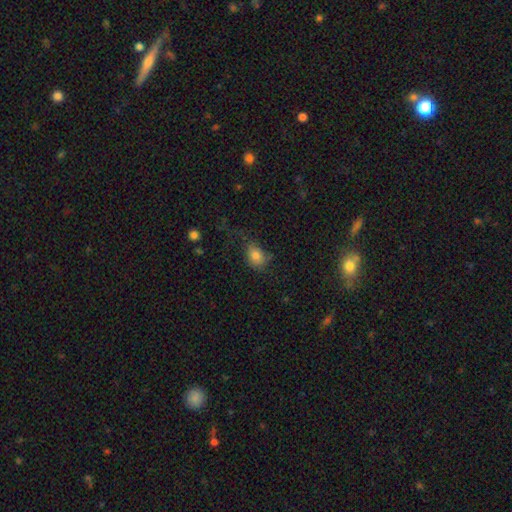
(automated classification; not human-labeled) A smooth galaxy with no disk features (79%) that is in between round and cigar-shaped (64%). Merging: none (47%).